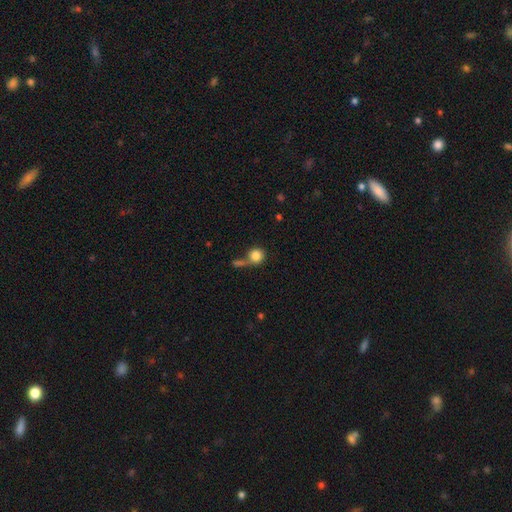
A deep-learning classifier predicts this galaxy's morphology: Overall: smooth (82%). How rounded: round (86%). Merging: none (44%; merger 29%).